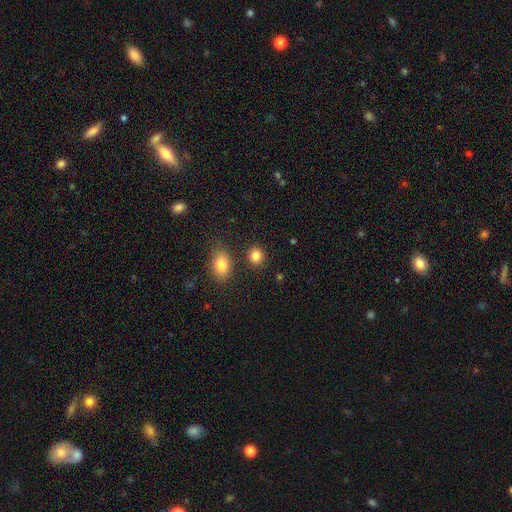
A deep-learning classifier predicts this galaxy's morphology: A smooth galaxy with no disk features (85%) that is round (71%). Merging: none (83%).